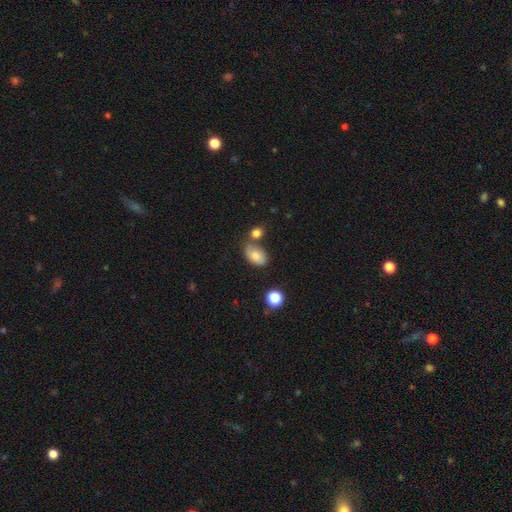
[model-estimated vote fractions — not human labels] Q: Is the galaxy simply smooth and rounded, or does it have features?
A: smooth — 79%.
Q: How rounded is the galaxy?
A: in between — 89%.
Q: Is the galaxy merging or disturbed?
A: none — 57%.